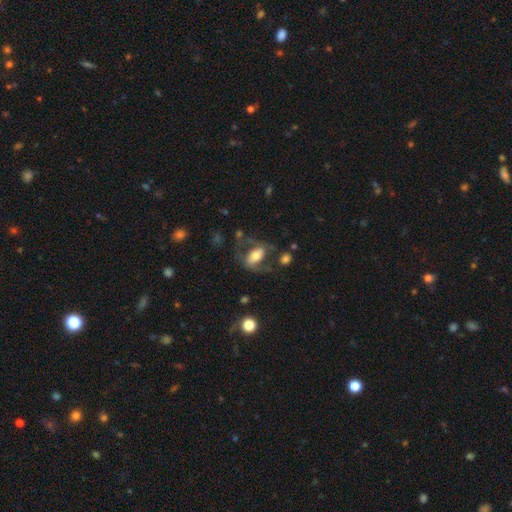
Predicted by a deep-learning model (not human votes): Smooth or featured? featured or disk (48%)
Merging? none (49%)